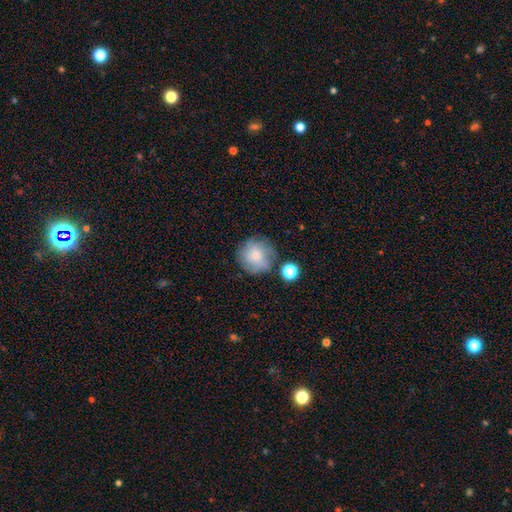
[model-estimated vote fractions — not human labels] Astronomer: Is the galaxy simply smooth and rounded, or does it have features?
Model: smooth — 67%.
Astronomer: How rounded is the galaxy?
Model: round — 92%.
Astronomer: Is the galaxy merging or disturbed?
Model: none — 70%.